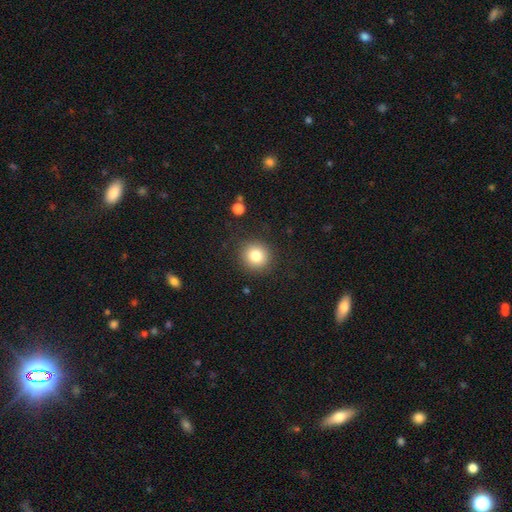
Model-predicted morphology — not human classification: type=smooth (81%); roundness=round (90%); merging=none (88%).